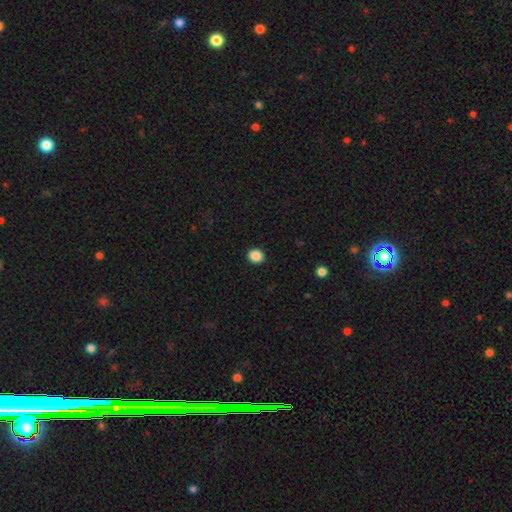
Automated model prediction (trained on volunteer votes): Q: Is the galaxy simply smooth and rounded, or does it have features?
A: smooth — 88%.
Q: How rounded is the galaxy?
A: round — 75%.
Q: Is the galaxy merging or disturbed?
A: none — 92%.